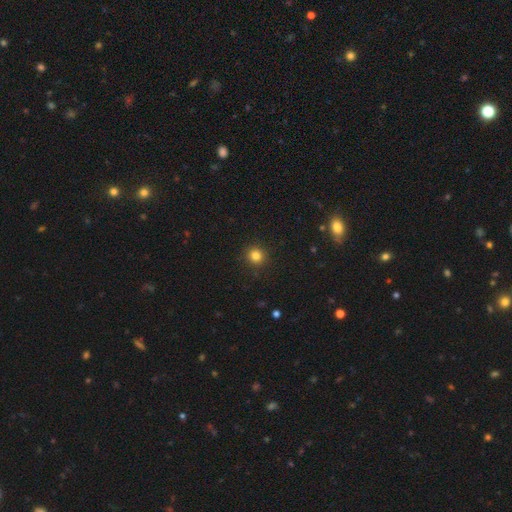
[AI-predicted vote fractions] A smooth galaxy with no disk features (83%) that is round (92%). Merging: none (91%).